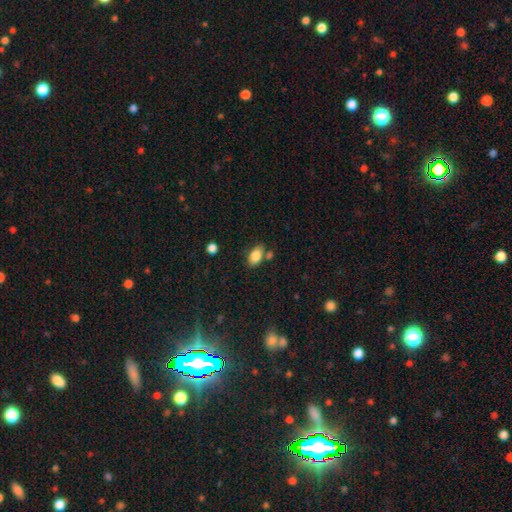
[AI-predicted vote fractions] Smooth or featured: smooth — 85% (star or artifact — 8%)
How rounded: in between — 89% (round — 10%)
Merging: none — 68% (minor disturbance — 16%)